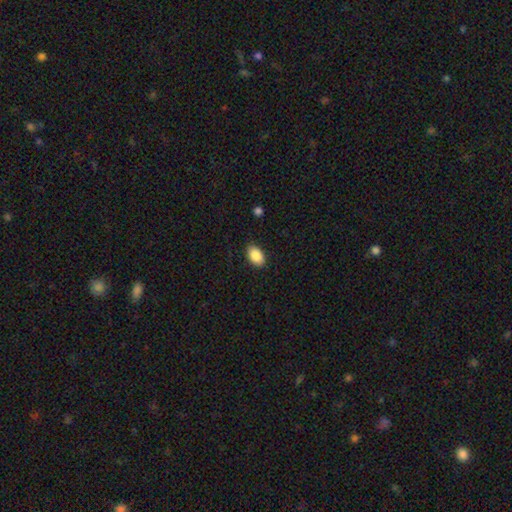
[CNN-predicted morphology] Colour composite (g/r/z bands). It shows a smooth galaxy with no disk features (88%) that is in between round and cigar-shaped (92%). Merging: none (88%).